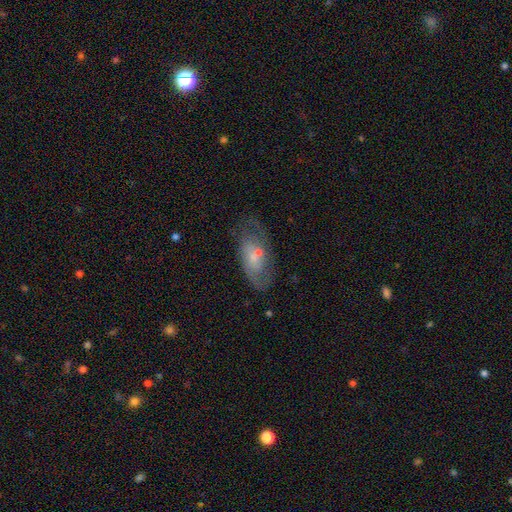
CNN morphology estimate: type=featured or disk (57%); edge-on=no (91%); bar=no (65%); spiral arms=yes (70%); bulge=small (61%); merging=none (55%).